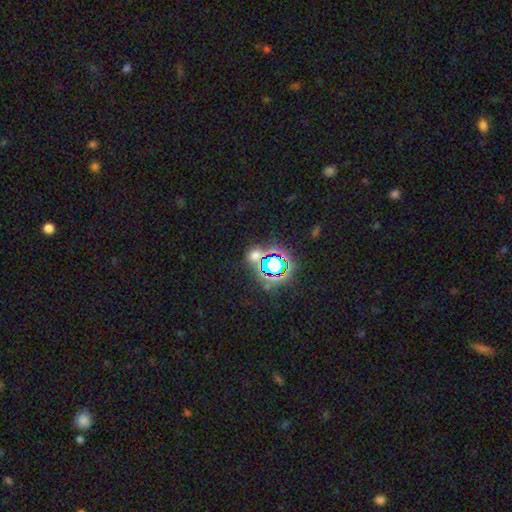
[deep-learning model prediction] Overall: star or artifact (58%; smooth 34%).